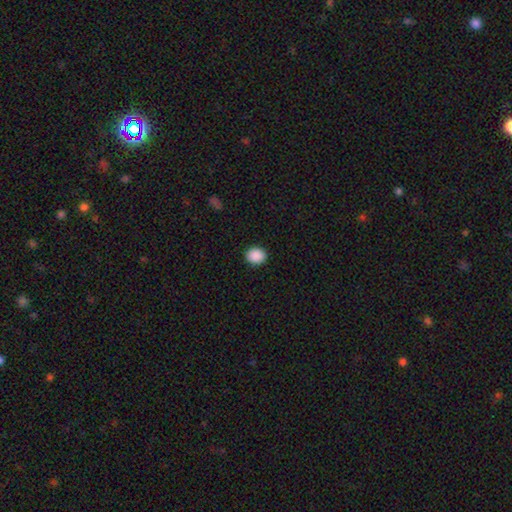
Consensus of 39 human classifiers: smooth-or-featured: smooth: 95% | star or artifact: 5% | featured or disk: 0%
  how-rounded: round: 51% | in between: 46% | cigar-shaped: 3%
  merging: none: 95% | minor disturbance: 3% | major disturbance: 3% | merger: 0%